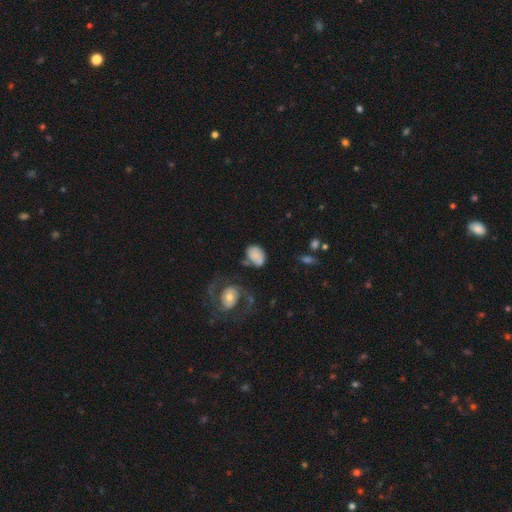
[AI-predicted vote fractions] smooth_or_featured: smooth (p=0.67) [alt: featured or disk p=0.23]
how_rounded: in between (p=0.72) [alt: round p=0.27]
merging: none (p=0.49) [alt: minor disturbance p=0.24]